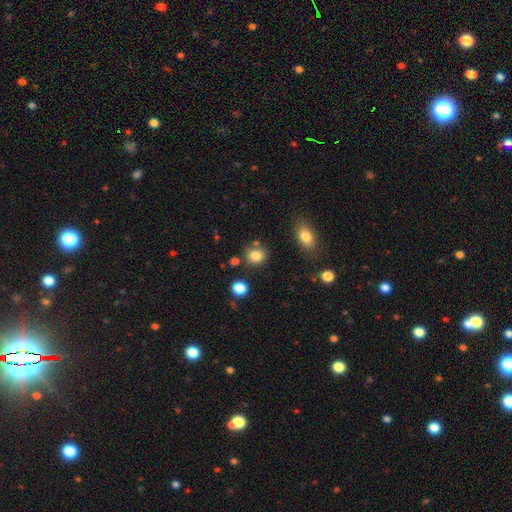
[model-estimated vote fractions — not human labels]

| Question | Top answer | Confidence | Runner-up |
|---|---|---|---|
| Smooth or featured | smooth | 83% | star or artifact (11%) |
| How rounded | round | 77% | in between (22%) |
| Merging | none | 79% | minor disturbance (11%) |